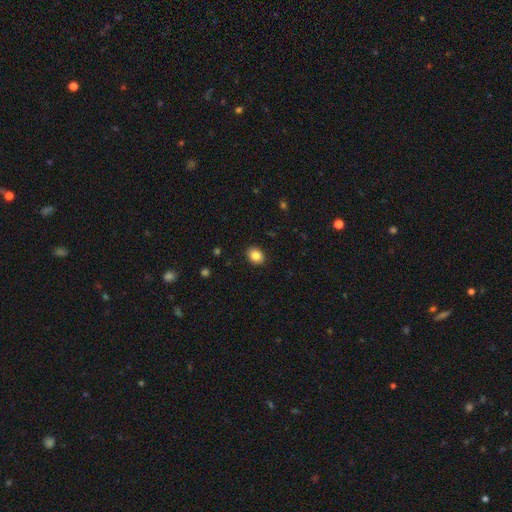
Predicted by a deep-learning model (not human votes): smooth-or-featured: smooth: 86% | star or artifact: 9% | featured or disk: 5%
  how-rounded: round: 52% | in between: 47% | cigar-shaped: 1%
  merging: none: 90% | minor disturbance: 7% | major disturbance: 2% | merger: 1%